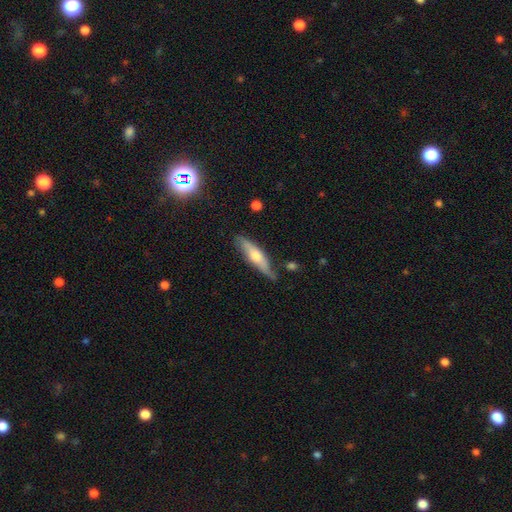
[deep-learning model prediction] This appears to be a featured or disk galaxy (48%). Merging: none (71%).